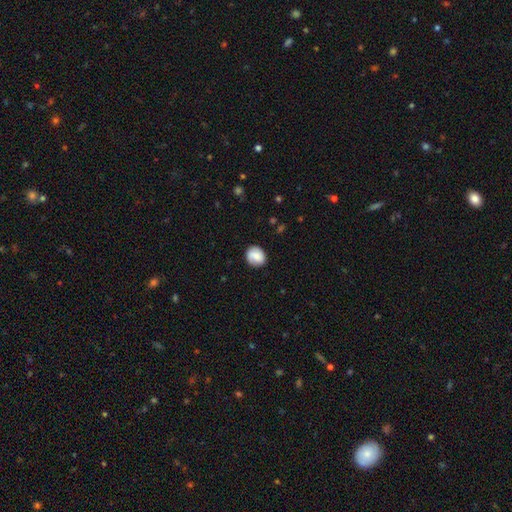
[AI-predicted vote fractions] Smooth or featured: smooth — 75% (featured or disk — 18%)
How rounded: round — 74% (in between — 25%)
Merging: none — 81% (minor disturbance — 14%)